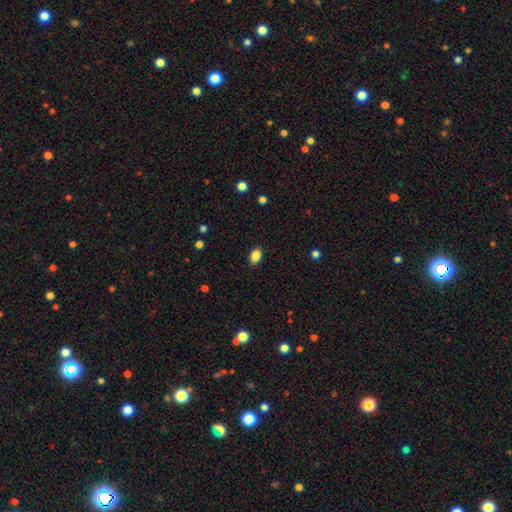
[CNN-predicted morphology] Smooth or featured? smooth (87%)
How rounded? in between (89%)
Merging? none (89%)